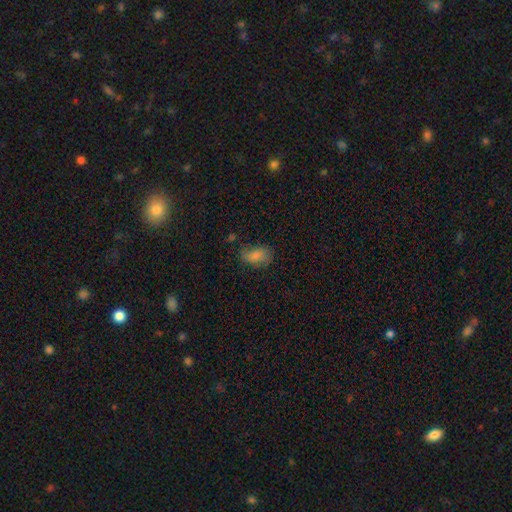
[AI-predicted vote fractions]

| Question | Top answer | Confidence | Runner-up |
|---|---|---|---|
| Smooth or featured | smooth | 78% | featured or disk (13%) |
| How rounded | in between | 90% | round (8%) |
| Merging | none | 59% | minor disturbance (27%) |